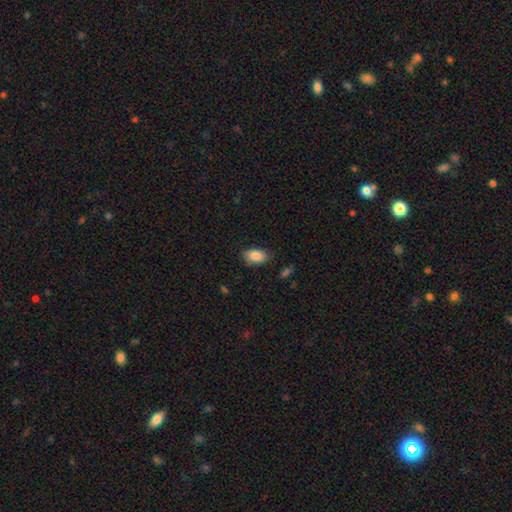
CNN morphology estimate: The model was most divided on "merging": none: 81%, minor disturbance: 15%, major disturbance: 3%, merger: 1%. More confident: how rounded — in between (91%); smooth or featured — smooth (87%).